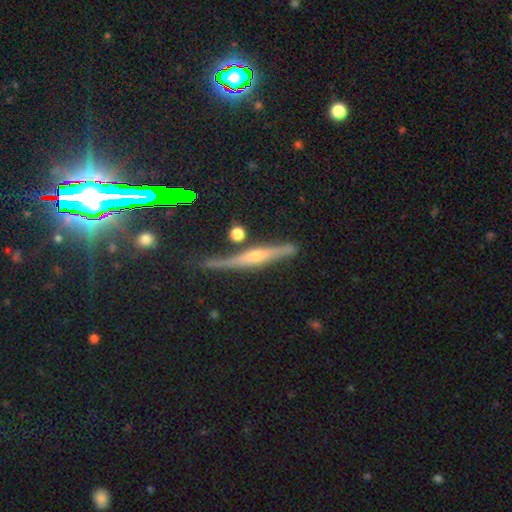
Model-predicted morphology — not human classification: Smooth or featured?
  - featured or disk: 69% *
  - smooth: 16%
  - star or artifact: 15%
Edge-on disk?
  - yes: 93% *
  - no: 7%
Edge-on bulge?
  - rounded: 81% *
  - none: 11%
  - boxy: 8%
Merging?
  - none: 72% *
  - minor disturbance: 18%
  - major disturbance: 5%
  - merger: 5%